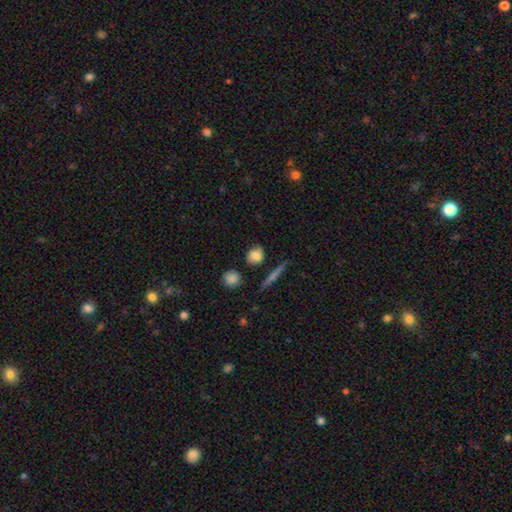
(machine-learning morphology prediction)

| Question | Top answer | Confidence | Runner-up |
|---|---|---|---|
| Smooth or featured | smooth | 80% | featured or disk (10%) |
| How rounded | round | 63% | in between (33%) |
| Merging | none | 76% | minor disturbance (15%) |